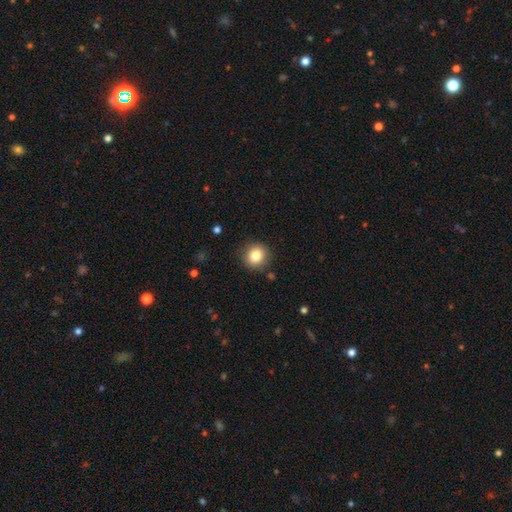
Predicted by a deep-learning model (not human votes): A smooth galaxy with no disk features (83%) that is round (90%). Merging: none (88%).